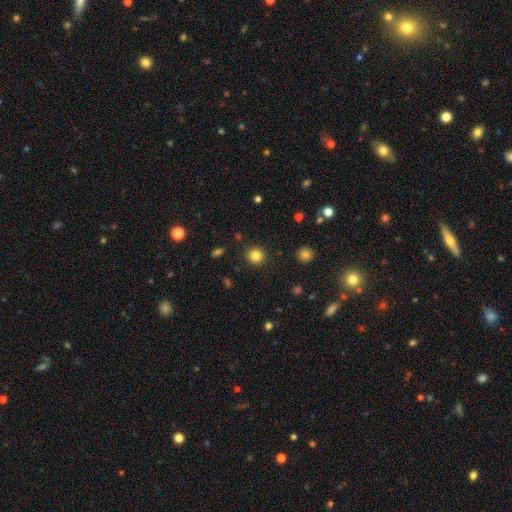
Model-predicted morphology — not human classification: Smooth or featured: smooth — 83% (star or artifact — 12%)
How rounded: round — 93% (in between — 6%)
Merging: none — 91% (minor disturbance — 6%)